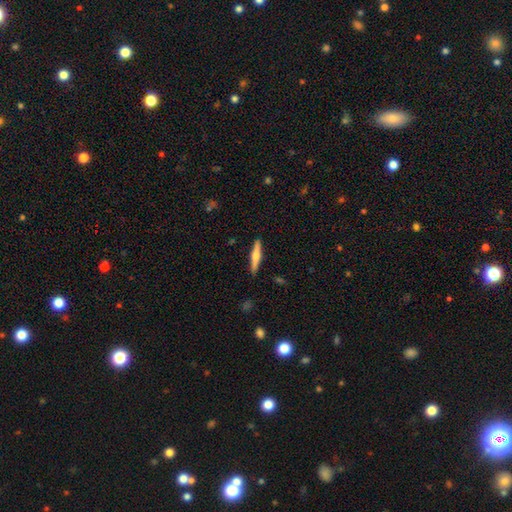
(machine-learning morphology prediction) Overall: featured or disk (52%; smooth 42%). Edge-on disk: yes (97%). Edge-on bulge: rounded (87%). Merging: none (90%).